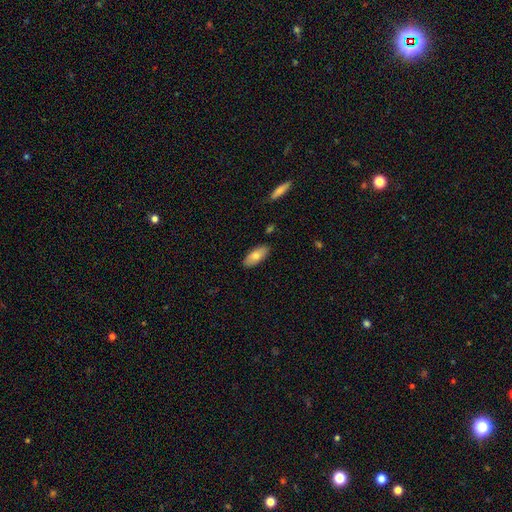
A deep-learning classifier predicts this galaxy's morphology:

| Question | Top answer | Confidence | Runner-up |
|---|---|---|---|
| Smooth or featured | smooth | 77% | featured or disk (17%) |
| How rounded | in between | 85% | cigar-shaped (12%) |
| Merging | none | 86% | minor disturbance (10%) |